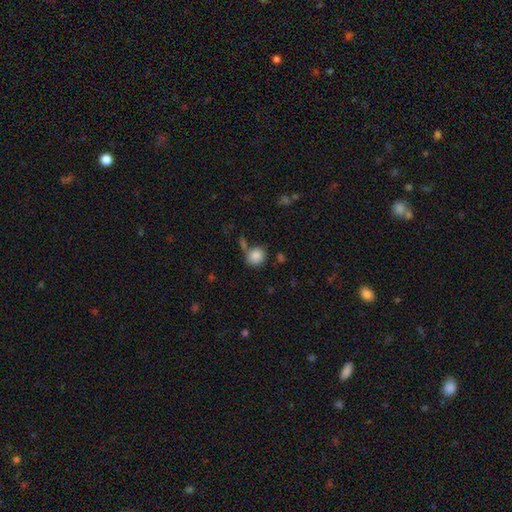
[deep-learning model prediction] smooth 85%, star or artifact 9%, featured or disk 6%. Down the decision tree: how rounded — round (79%); merging — none (67%).